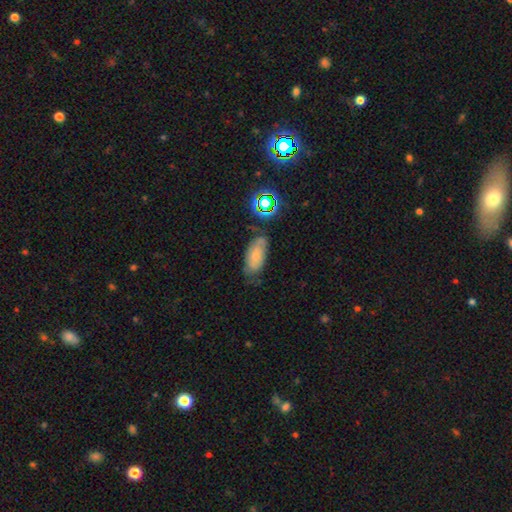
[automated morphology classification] A smooth galaxy with no disk features (62%) that is in between round and cigar-shaped (90%).

Vote fractions:
- Smooth or featured? smooth: 62% / featured or disk: 25% / star or artifact: 13%
- How rounded? in between: 90% / cigar-shaped: 7% / round: 4%
- Merging? none: 55% / minor disturbance: 30% / major disturbance: 10% / merger: 5%